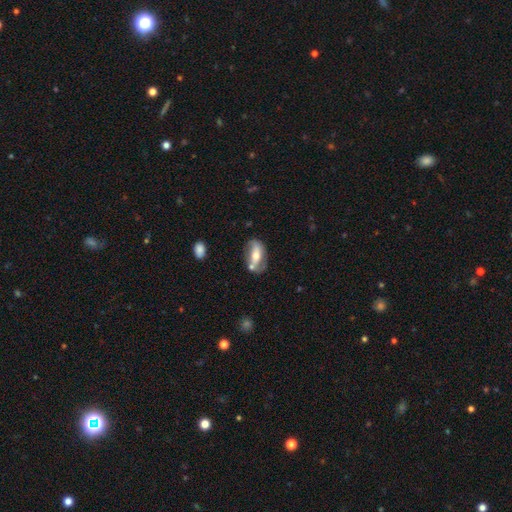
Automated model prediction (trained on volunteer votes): This is possibly a featured or disk galaxy (53%). It is clearly not viewed edge-on (83%). Merging: possibly none (55%).